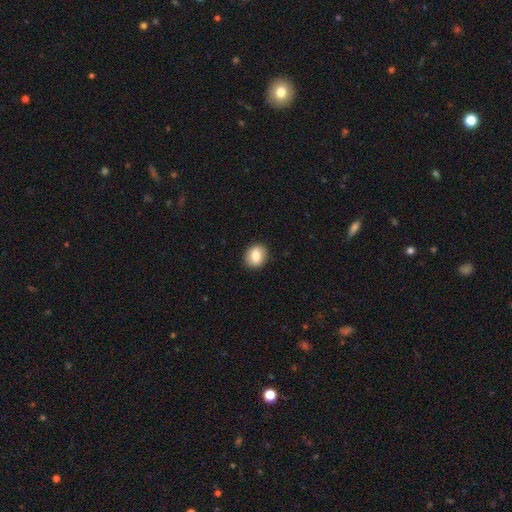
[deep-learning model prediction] The model was most divided on "how rounded": round: 61%, in between: 37%, cigar-shaped: 1%. More confident: merging — none (89%); smooth or featured — smooth (82%).